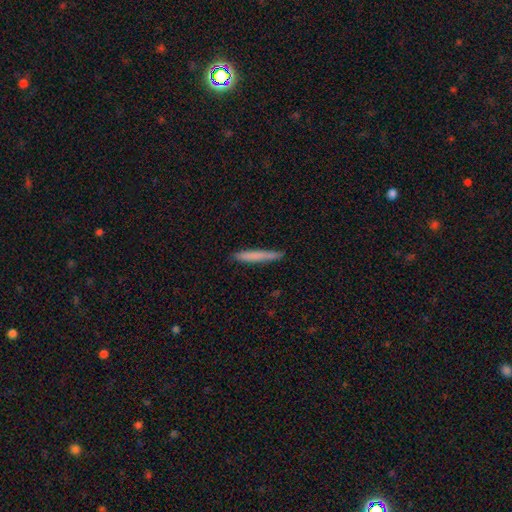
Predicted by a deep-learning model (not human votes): The model was most divided on "smooth or featured": smooth: 74%, featured or disk: 20%, star or artifact: 6%. More confident: how rounded — cigar-shaped (96%); merging — none (89%).